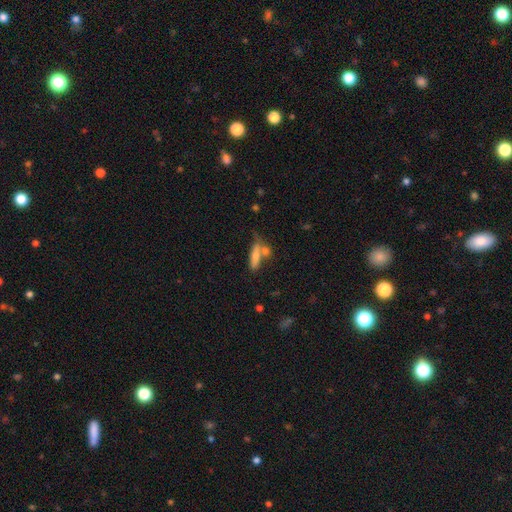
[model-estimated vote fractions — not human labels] Smooth or featured?
  - smooth: 71% *
  - featured or disk: 21%
  - star or artifact: 9%
How rounded?
  - cigar-shaped: 59% *
  - in between: 38%
  - round: 4%
Merging?
  - none: 47% *
  - merger: 30%
  - minor disturbance: 16%
  - major disturbance: 7%